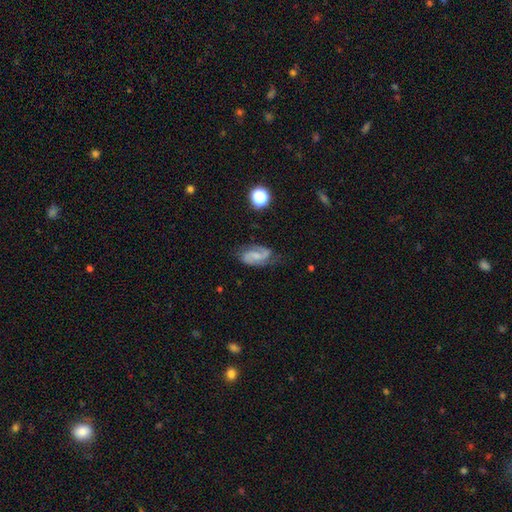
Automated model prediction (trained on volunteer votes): Smooth or featured?
  - featured or disk: 75% *
  - smooth: 17%
  - star or artifact: 8%
Edge-on disk?
  - no: 97% *
  - yes: 3%
Bar?
  - weak: 46% *
  - no: 40%
  - strong: 14%
Spiral arms?
  - yes: 95% *
  - no: 5%
Spiral winding?
  - medium: 49% *
  - loose: 29%
  - tight: 22%
Spiral arm count?
  - 2: 88% *
  - can't tell: 5%
  - 1: 3%
  - 3: 1%
  - 4: 1%
  - more than 4: 1%
Bulge size?
  - small: 44% *
  - none: 27%
  - moderate: 25%
  - large: 3%
  - dominant: 1%
Merging?
  - none: 70% *
  - minor disturbance: 21%
  - major disturbance: 8%
  - merger: 2%